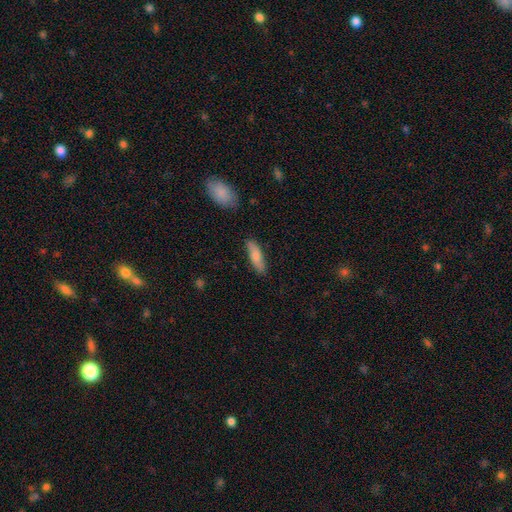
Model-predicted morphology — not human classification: A smooth galaxy with no disk features (75%) that is cigar-shaped (56%). Merging: none (83%).